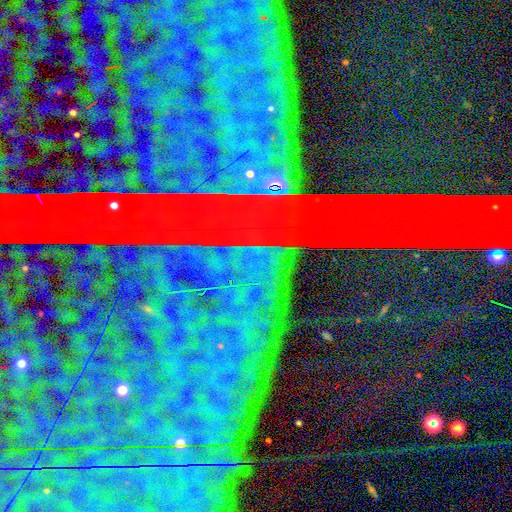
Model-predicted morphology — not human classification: A star or artifact, not a galaxy (87%).

Vote fractions:
- Smooth or featured? star or artifact: 87% / featured or disk: 7% / smooth: 6%